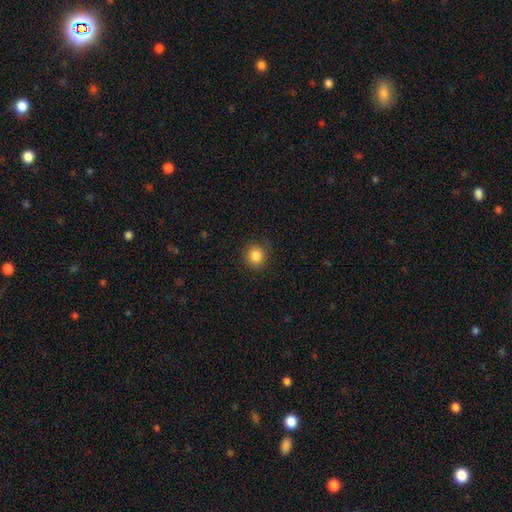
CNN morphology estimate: Overall: smooth (85%). How rounded: round (90%). Merging: none (85%).